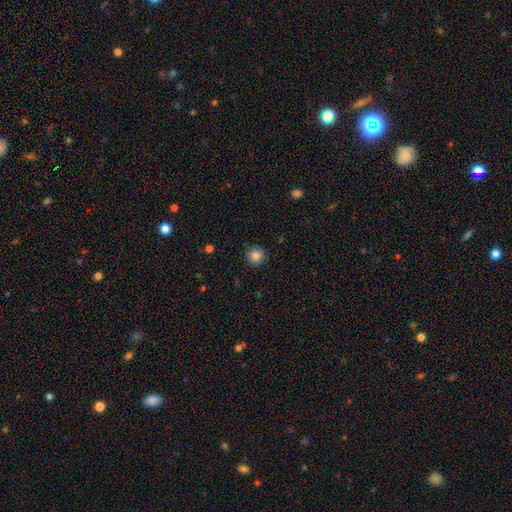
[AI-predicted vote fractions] Smooth or featured?
  - smooth: 84% *
  - star or artifact: 10%
  - featured or disk: 6%
How rounded?
  - round: 95% *
  - in between: 4%
  - cigar-shaped: 1%
Merging?
  - none: 90% *
  - minor disturbance: 7%
  - major disturbance: 2%
  - merger: 1%